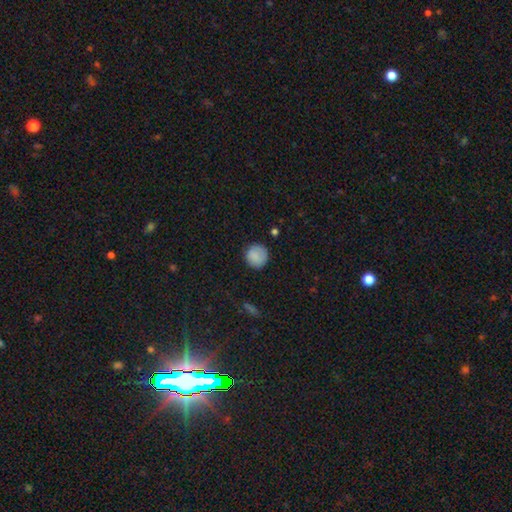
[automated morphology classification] Overall: smooth (87%). How rounded: round (94%). Merging: none (87%).